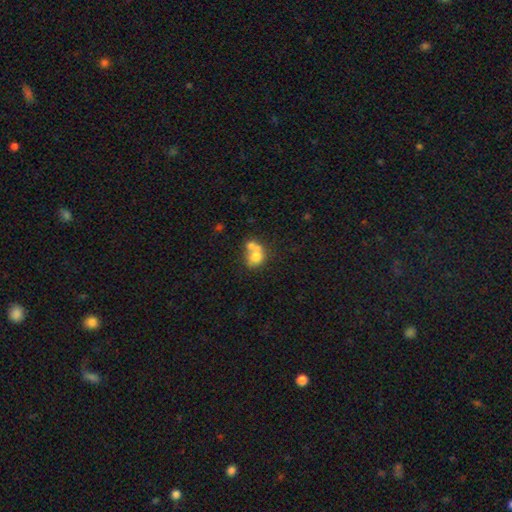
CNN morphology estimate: type=smooth (66%); roundness=round (63%); merging=merger (62%).